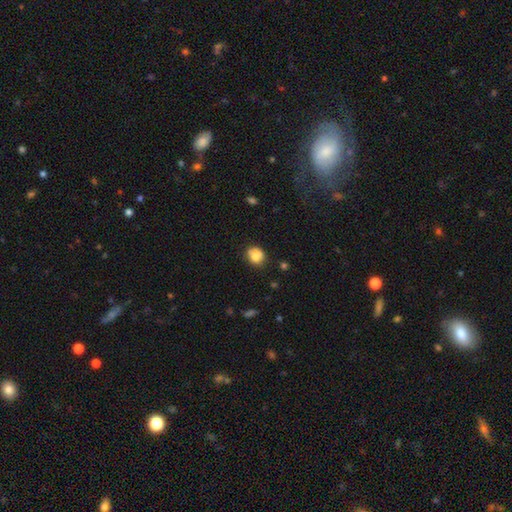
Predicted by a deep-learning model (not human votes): Smooth or featured? smooth (80%)
How rounded? round (68%)
Merging? none (65%)